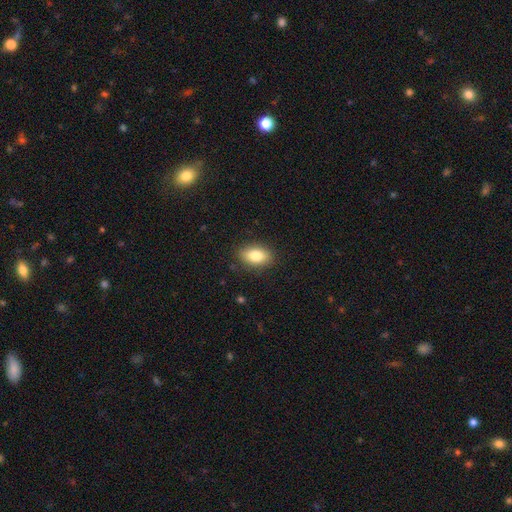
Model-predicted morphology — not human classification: The model was most divided on "smooth or featured": smooth: 81%, featured or disk: 11%, star or artifact: 8%. More confident: how rounded — in between (88%); merging — none (87%).